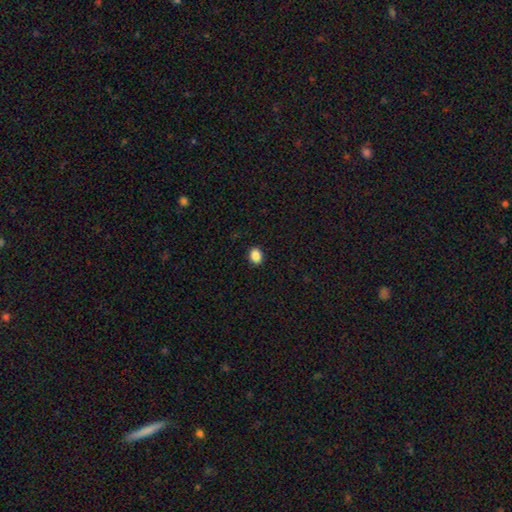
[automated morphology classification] Q: Smooth or featured?
A: smooth (88%); runner-up: star or artifact (9%)
Q: How rounded?
A: in between (64%); runner-up: round (35%)
Q: Merging?
A: none (91%); runner-up: minor disturbance (7%)